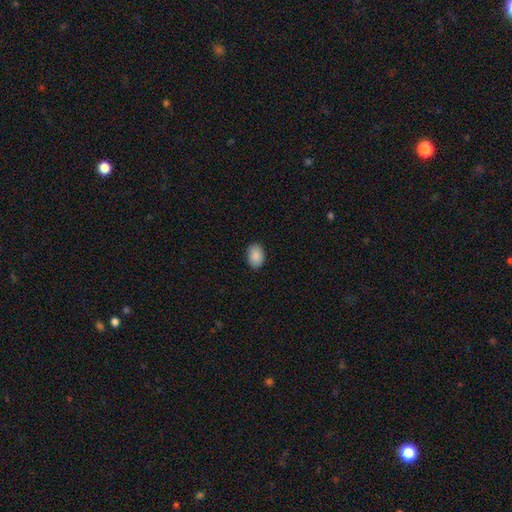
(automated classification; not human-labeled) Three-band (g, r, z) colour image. It shows a smooth galaxy with no disk features (90%) that is in between round and cigar-shaped (82%). Merging: none (88%).